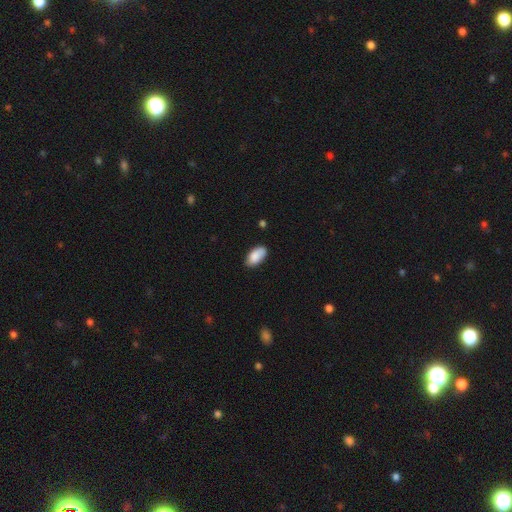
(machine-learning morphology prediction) Smooth or featured? Predicted: smooth (p=0.87). How rounded? Predicted: in between (p=0.94). Merging? Predicted: none (p=0.79).